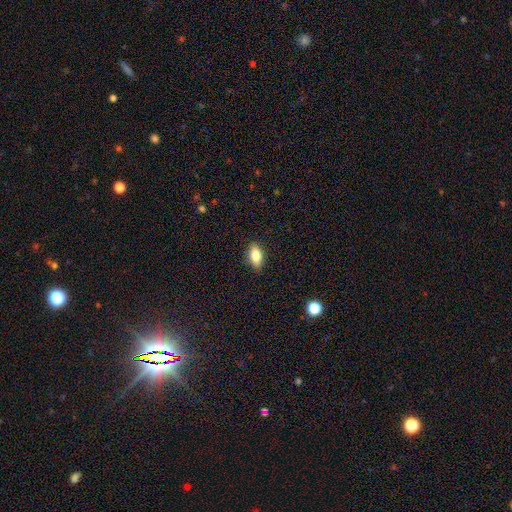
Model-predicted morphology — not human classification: Smooth or featured: smooth — 82% (featured or disk — 11%)
How rounded: in between — 88% (cigar-shaped — 7%)
Merging: none — 88% (minor disturbance — 9%)